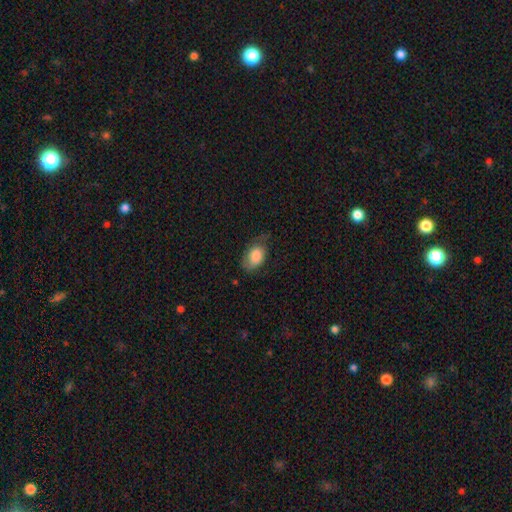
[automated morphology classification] Q: Smooth or featured?
A: smooth (79%); runner-up: featured or disk (14%)
Q: How rounded?
A: in between (88%); runner-up: round (10%)
Q: Merging?
A: none (51%); runner-up: minor disturbance (33%)